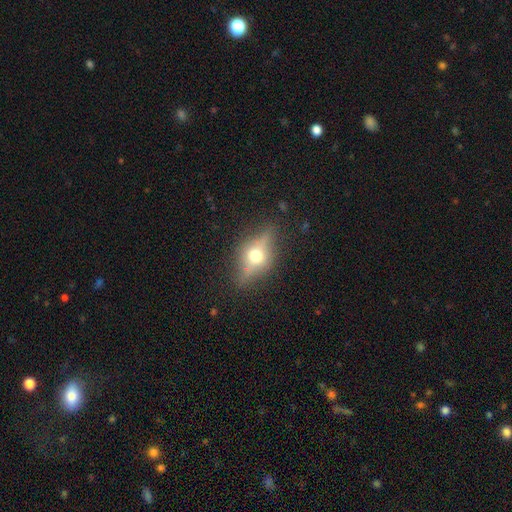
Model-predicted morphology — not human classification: smooth_or_featured: featured or disk (p=0.54) [alt: smooth p=0.34]
disk_edge_on: yes (p=0.82) [alt: no p=0.18]
merging: none (p=0.73) [alt: minor disturbance p=0.18]